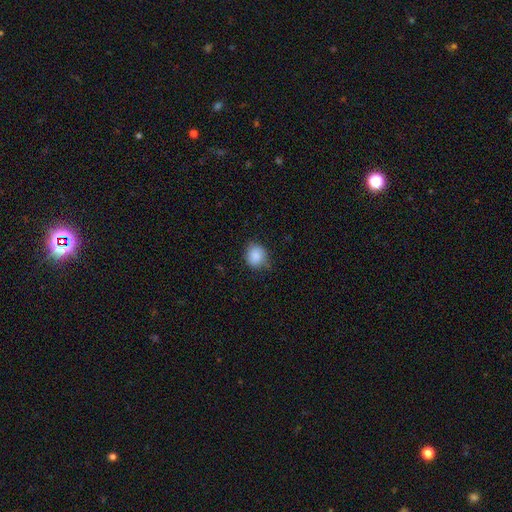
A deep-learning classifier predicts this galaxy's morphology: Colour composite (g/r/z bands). It shows a smooth galaxy with no disk features (86%) that is round (77%). Merging: none (70%).